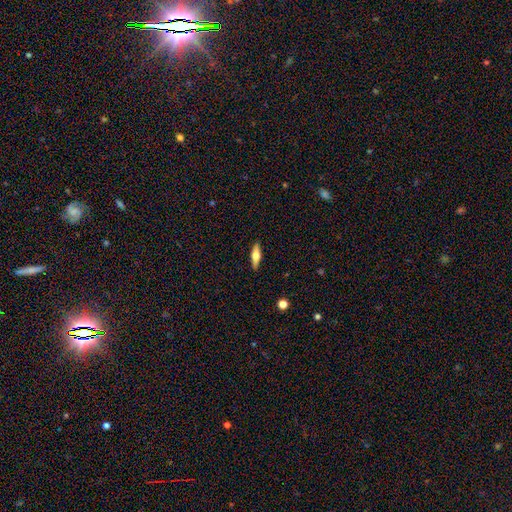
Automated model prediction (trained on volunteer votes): Smooth or featured?
  - featured or disk: 47% * (tied)
  - smooth: 47% * (tied)
  - star or artifact: 6%
Merging?
  - none: 90% *
  - minor disturbance: 7%
  - major disturbance: 2%
  - merger: 1%